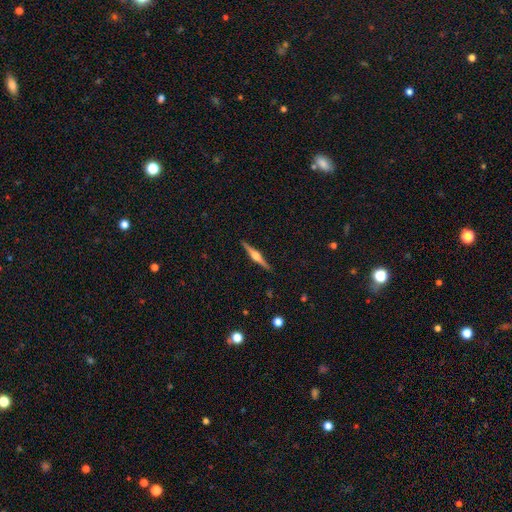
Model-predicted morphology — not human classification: type=featured or disk (80%); edge-on=yes (99%); edge-on bulge=rounded (89%); merging=none (91%).